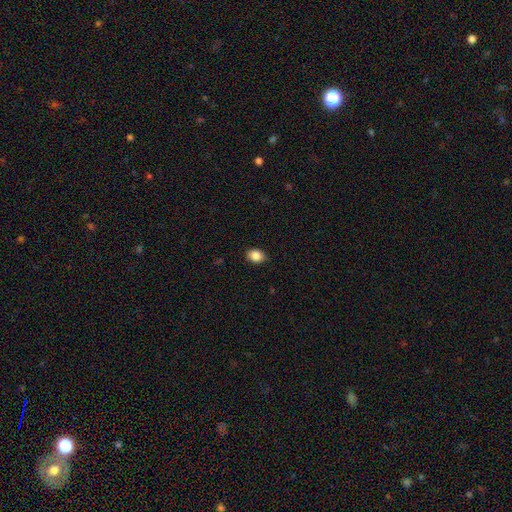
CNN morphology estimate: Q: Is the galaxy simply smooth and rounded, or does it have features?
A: smooth — 87%.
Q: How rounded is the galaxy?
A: in between — 64%.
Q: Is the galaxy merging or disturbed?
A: none — 88%.